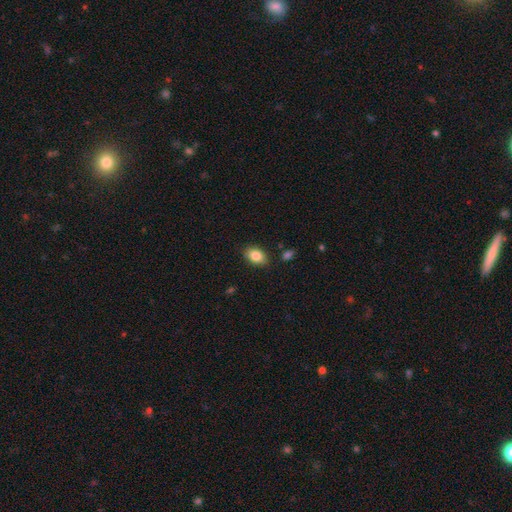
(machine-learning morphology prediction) The model was most divided on "how rounded": in between: 85%, round: 13%, cigar-shaped: 1%. More confident: smooth or featured — smooth (86%); merging — none (85%).